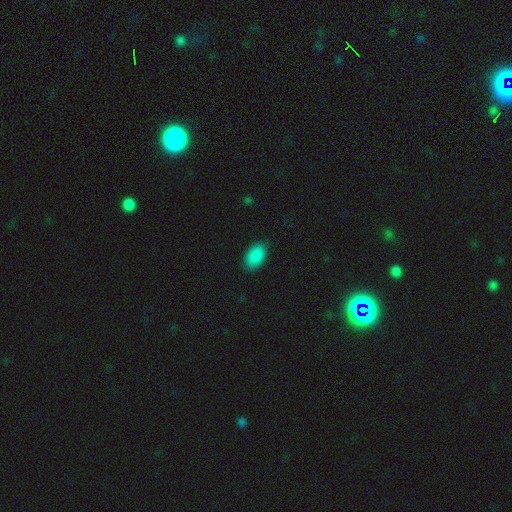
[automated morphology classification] Smooth or featured?
  - smooth: 89% *
  - star or artifact: 8%
  - featured or disk: 3%
How rounded?
  - in between: 92% *
  - round: 6%
  - cigar-shaped: 1%
Merging?
  - none: 85% *
  - minor disturbance: 12%
  - major disturbance: 2%
  - merger: 1%